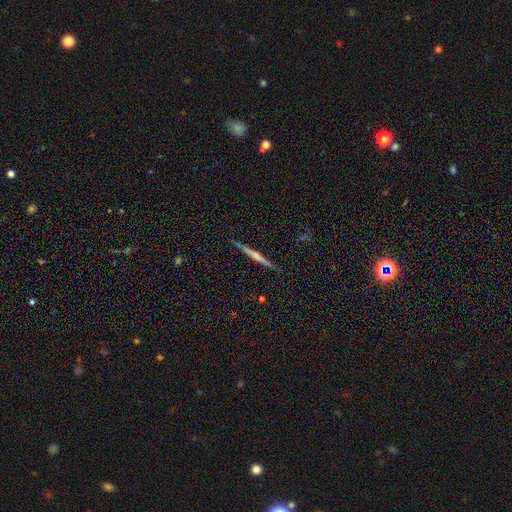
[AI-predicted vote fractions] Smooth or featured: featured or disk — 61% (smooth — 32%)
Edge-on disk: yes — 98% (no — 2%)
Edge-on bulge: none — 46% (rounded — 40%)
Merging: none — 91% (minor disturbance — 7%)